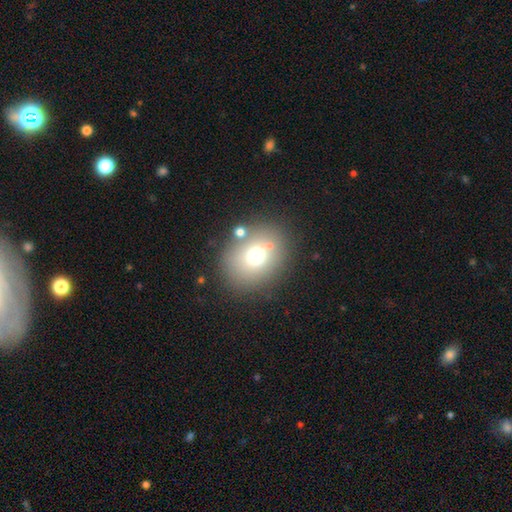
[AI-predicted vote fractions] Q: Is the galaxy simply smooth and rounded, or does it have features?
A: smooth — 70%.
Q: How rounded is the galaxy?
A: round — 52%.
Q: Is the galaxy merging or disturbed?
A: none — 76%.